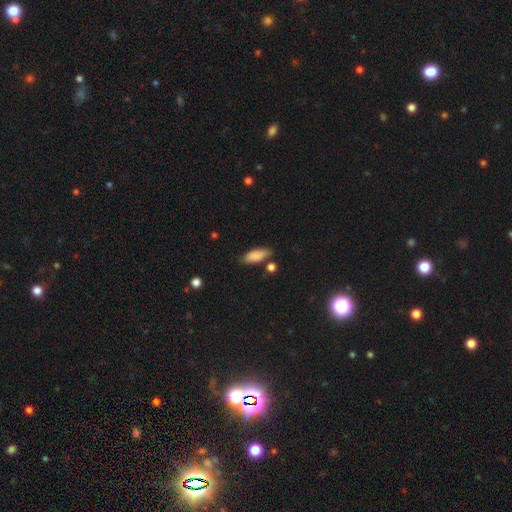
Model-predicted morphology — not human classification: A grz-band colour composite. It shows a smooth galaxy with no disk features (85%) that is in between round and cigar-shaped (75%). Merging: none (73%).